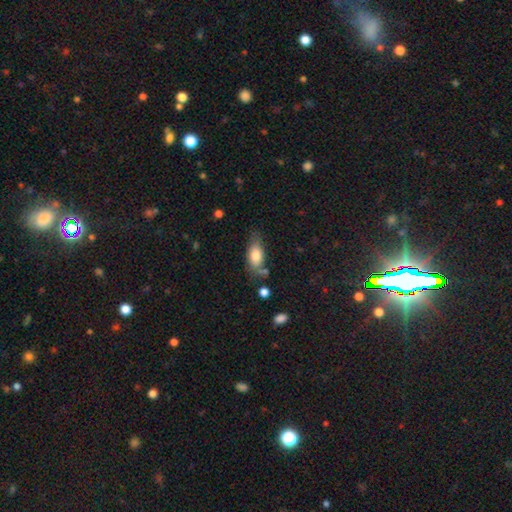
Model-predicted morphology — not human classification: The model was most divided on "merging": none: 56%, minor disturbance: 27%, major disturbance: 8%, merger: 8%. More confident: how rounded — in between (85%); smooth or featured — smooth (77%).